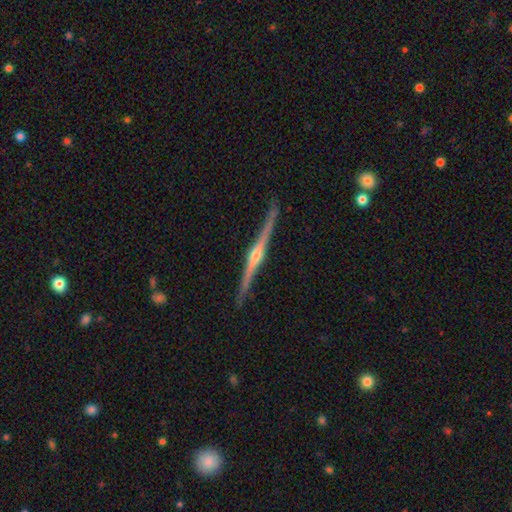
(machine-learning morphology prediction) featured or disk 86%, smooth 9%, star or artifact 5%. Down the decision tree: edge-on disk — yes (98%); edge-on bulge — rounded (86%); merging — none (87%).